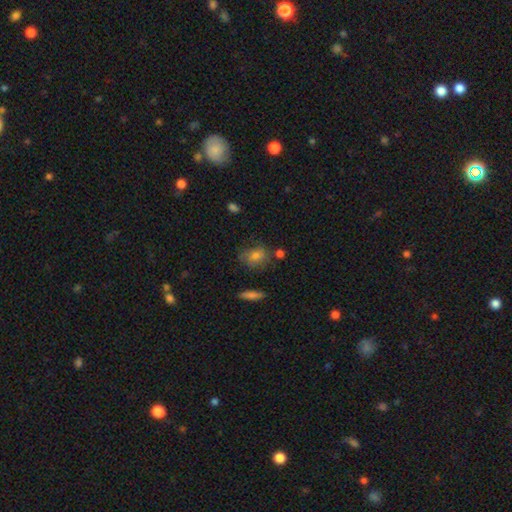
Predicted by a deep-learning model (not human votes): Q: Smooth or featured?
A: smooth (70%); runner-up: featured or disk (19%)
Q: How rounded?
A: in between (52%); runner-up: round (45%)
Q: Merging?
A: none (64%); runner-up: minor disturbance (23%)